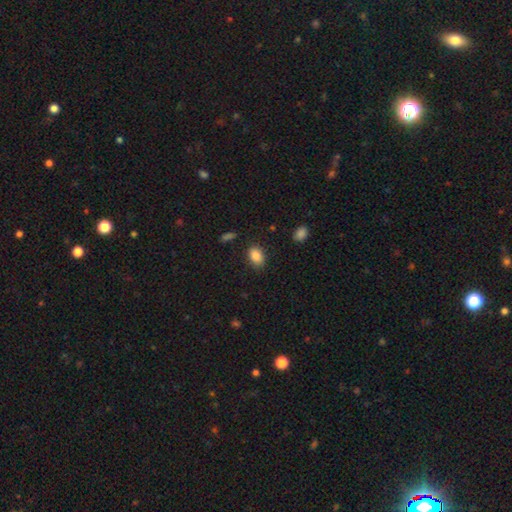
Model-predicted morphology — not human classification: type=smooth (87%); roundness=in between (80%); merging=none (81%).